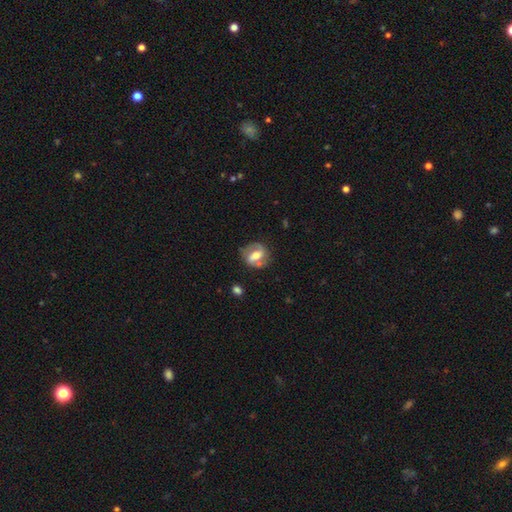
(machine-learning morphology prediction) Smooth or featured? Predicted: featured or disk (p=0.69). Edge-on disk? Predicted: no (p=0.96). Bar? Predicted: strong (p=0.41). Spiral arms? Predicted: yes (p=0.80). Spiral winding? Predicted: medium (p=0.47). Spiral arm count? Predicted: 2 (p=0.84). Bulge size? Predicted: moderate (p=0.63). Merging? Predicted: none (p=0.72).